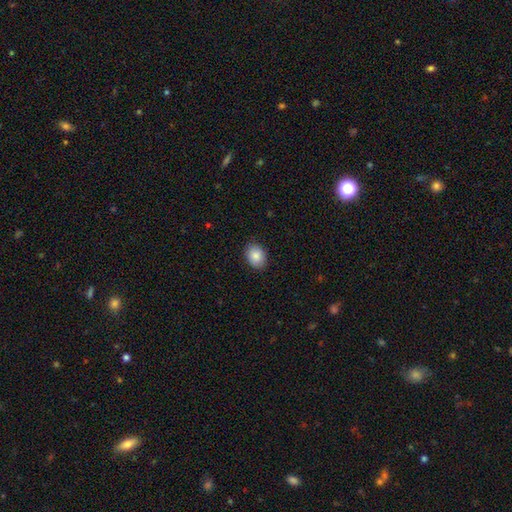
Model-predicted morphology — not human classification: This appears to be a smooth galaxy with no disk features (87%) that is in between round and cigar-shaped (68%). Merging: none (87%).